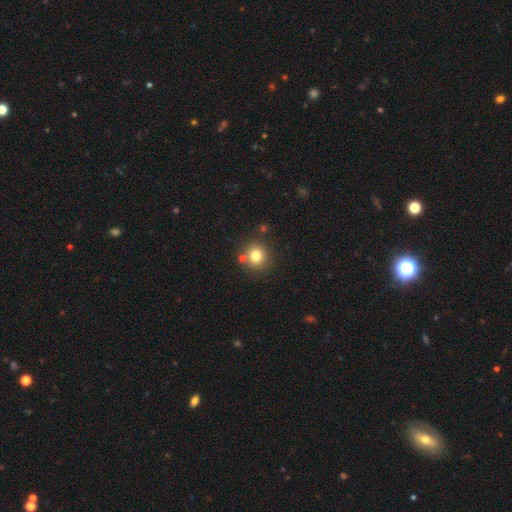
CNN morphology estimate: Smooth or featured? Predicted: smooth (p=0.78). How rounded? Predicted: round (p=0.92). Merging? Predicted: none (p=0.80).